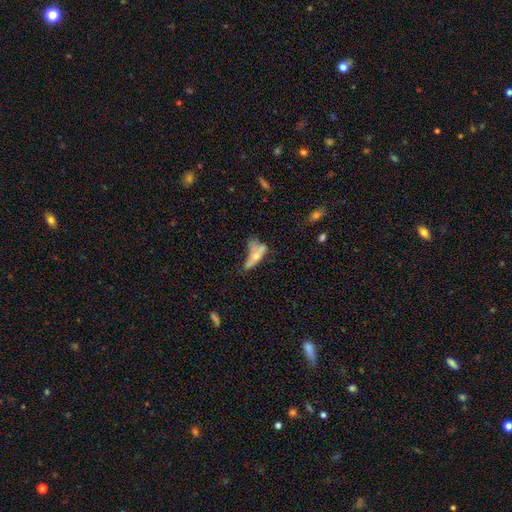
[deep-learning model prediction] Smooth or featured: smooth — 44% (featured or disk — 42%)
Merging: merger — 34% (major disturbance — 27%)